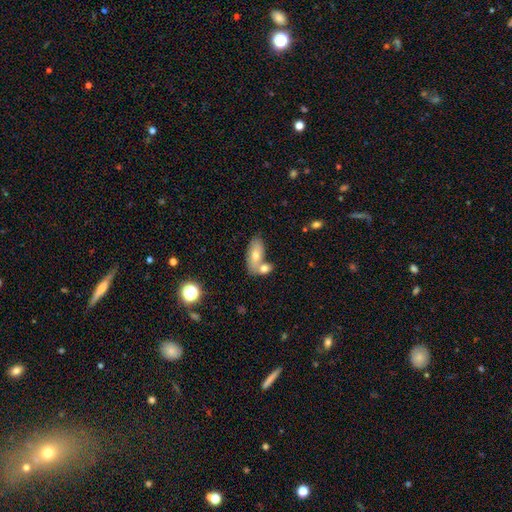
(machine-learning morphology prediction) Smooth or featured: smooth — 65% (featured or disk — 25%)
How rounded: in between — 84% (cigar-shaped — 11%)
Merging: none — 51% (merger — 35%)